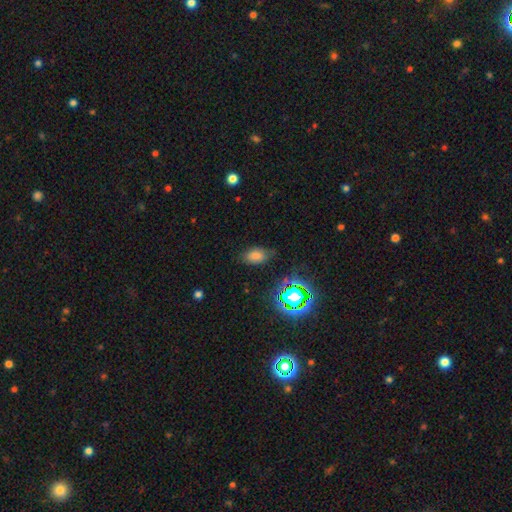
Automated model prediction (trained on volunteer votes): A smooth galaxy with no disk features (66%) that is in between round and cigar-shaped (88%). Merging: none (78%).